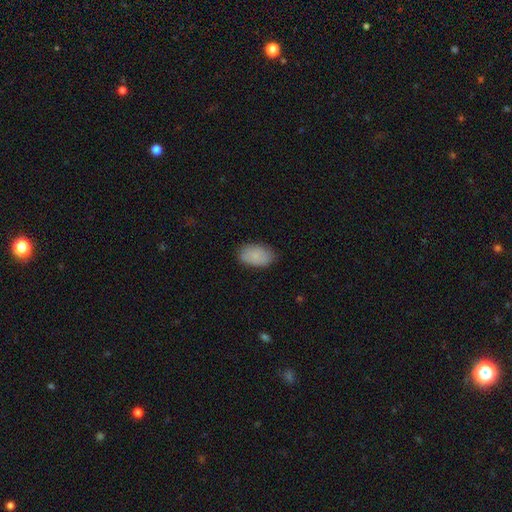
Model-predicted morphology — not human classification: This is clearly a smooth galaxy (84%). How rounded: clearly in between (92%). Merging: clearly none (81%).